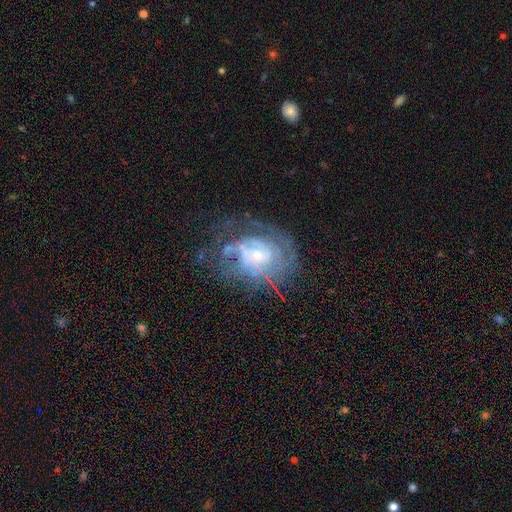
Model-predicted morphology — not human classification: Overall: featured or disk (73%). Edge-on disk: no (97%). Bar: no (74%). Spiral arms: yes (65%; no 35%). Bulge size: small (59%; moderate 30%). Merging: none (53%; minor disturbance 22%).